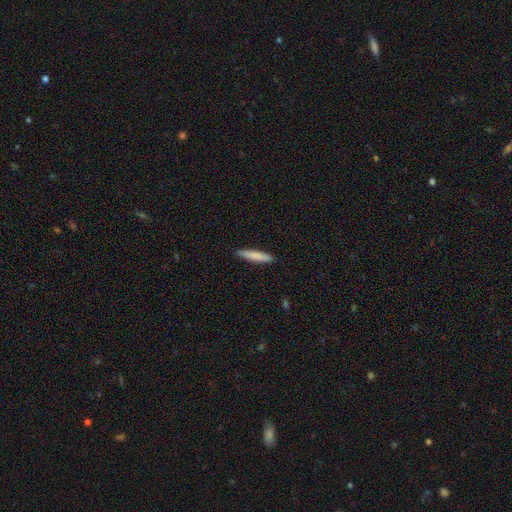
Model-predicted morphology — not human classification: type=smooth (81%); roundness=cigar-shaped (91%); merging=none (90%).